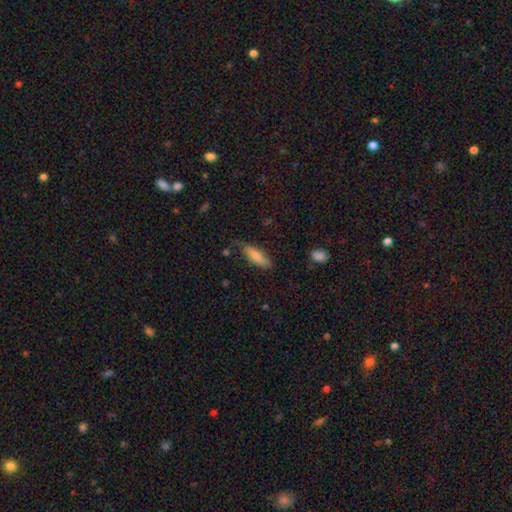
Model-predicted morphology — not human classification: Smooth or featured? smooth (78%)
How rounded? in between (57%)
Merging? none (65%)